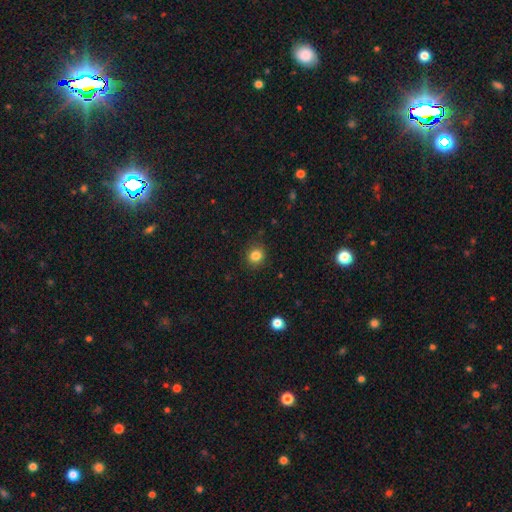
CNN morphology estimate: Smooth or featured? Predicted: smooth (p=0.83). How rounded? Predicted: round (p=0.80). Merging? Predicted: none (p=0.88).